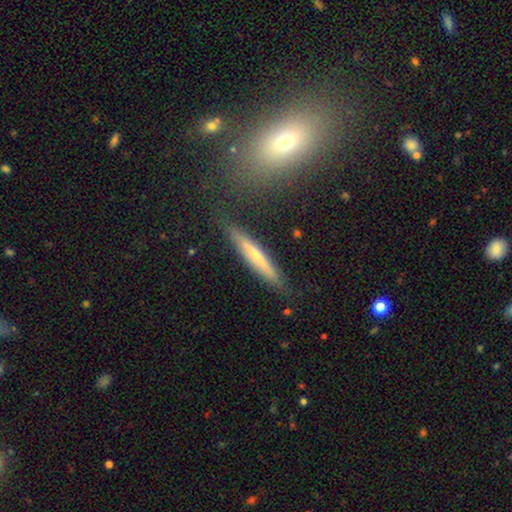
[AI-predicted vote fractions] Morphology: type=featured or disk (47%); merging=none (84%).